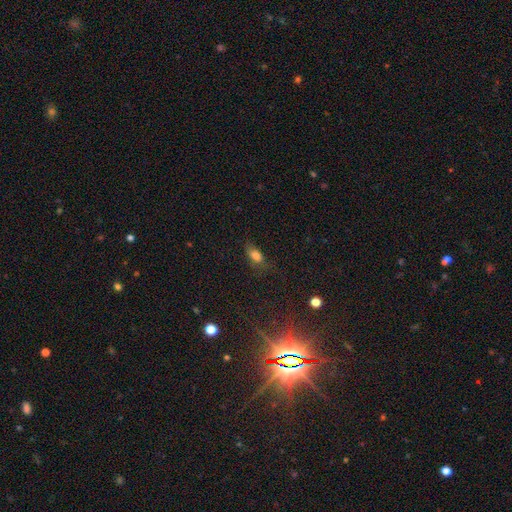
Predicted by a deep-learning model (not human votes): Q: Smooth or featured?
A: smooth (78%); runner-up: star or artifact (13%)
Q: How rounded?
A: in between (83%); runner-up: cigar-shaped (10%)
Q: Merging?
A: none (57%); runner-up: minor disturbance (27%)